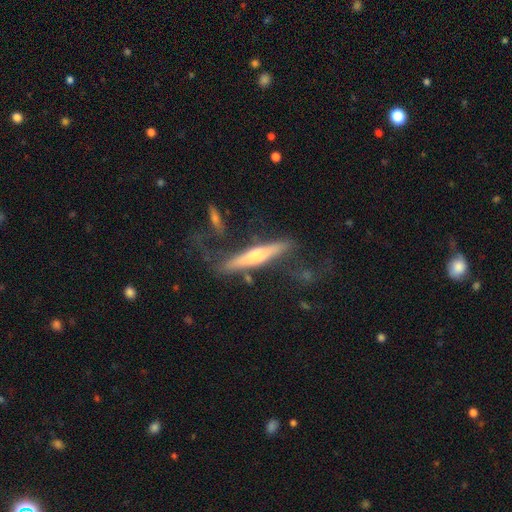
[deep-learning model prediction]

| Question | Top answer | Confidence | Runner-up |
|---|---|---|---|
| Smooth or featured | featured or disk | 57% | smooth (36%) |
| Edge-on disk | yes | 91% | no (9%) |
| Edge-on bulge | rounded | 68% | none (17%) |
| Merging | none | 63% | minor disturbance (20%) |